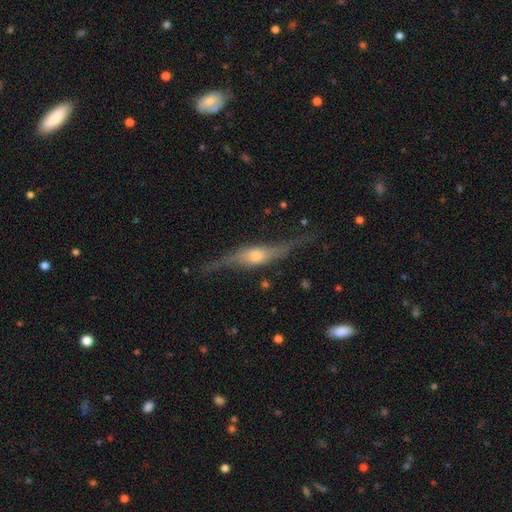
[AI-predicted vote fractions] This is likely a featured or disk galaxy (78%). It is clearly viewed edge-on (83%). Edge-on bulge: clearly rounded (86%). Merging: likely none (67%).